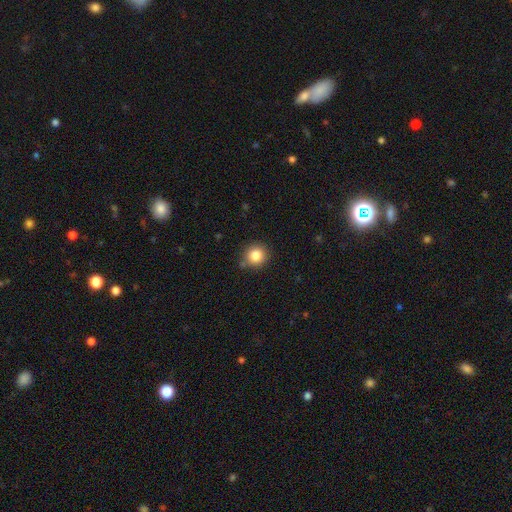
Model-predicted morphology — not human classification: smooth_or_featured: smooth (p=0.83) [alt: star or artifact p=0.11]
how_rounded: round (p=0.91) [alt: in between p=0.08]
merging: none (p=0.82) [alt: minor disturbance p=0.12]